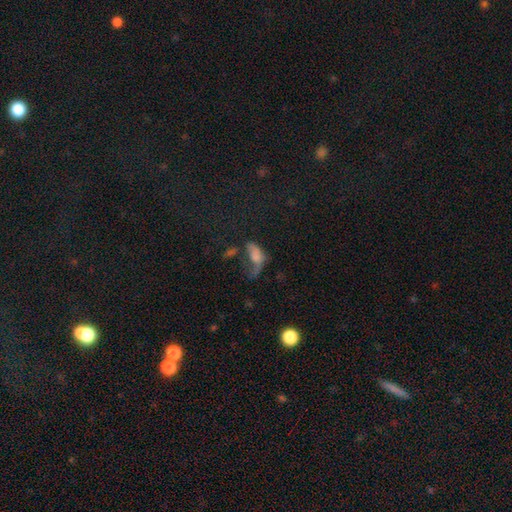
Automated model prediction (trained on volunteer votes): smooth_or_featured: smooth (p=0.57) [alt: featured or disk p=0.26]
how_rounded: in between (p=0.83) [alt: cigar-shaped p=0.10]
merging: major disturbance (p=0.54) [alt: none p=0.17]